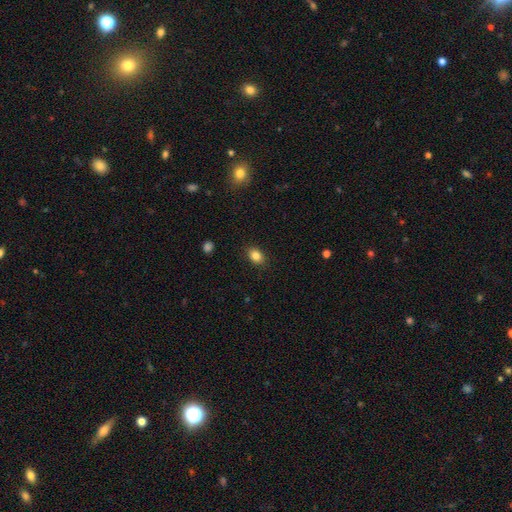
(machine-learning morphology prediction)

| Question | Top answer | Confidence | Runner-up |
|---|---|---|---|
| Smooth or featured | smooth | 84% | star or artifact (10%) |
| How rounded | in between | 72% | round (27%) |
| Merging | none | 88% | minor disturbance (9%) |